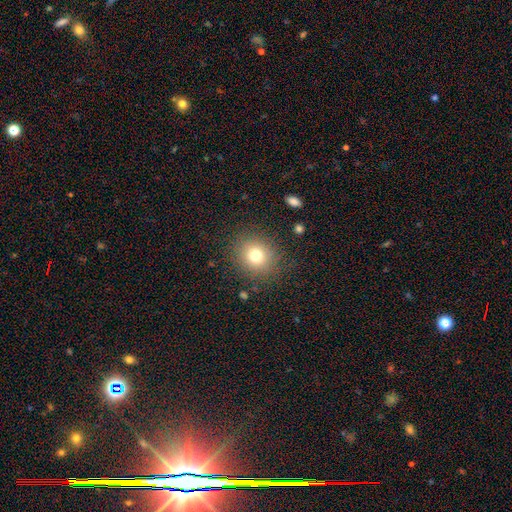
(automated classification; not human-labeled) This is likely a smooth galaxy (75%). How rounded: clearly round (83%). Merging: clearly none (85%).